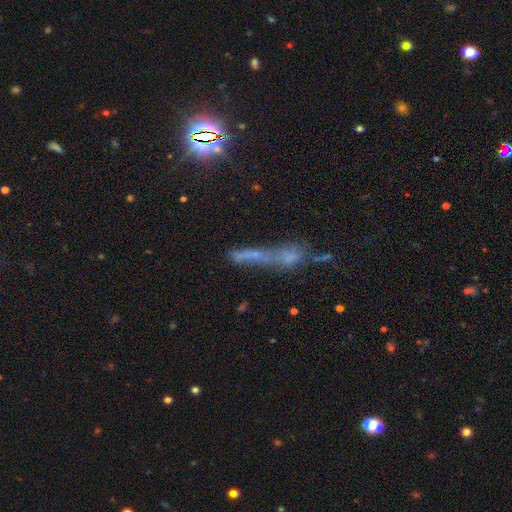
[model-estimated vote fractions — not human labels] Morphology: type=star or artifact (37%).